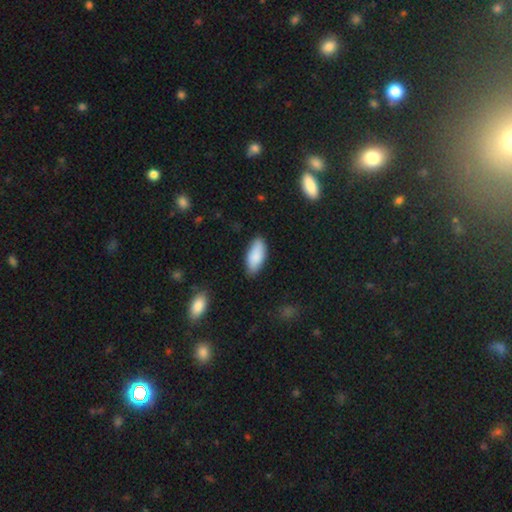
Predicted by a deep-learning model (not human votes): The model was most divided on "merging": none: 83%, minor disturbance: 13%, major disturbance: 2%, merger: 1%. More confident: smooth or featured — smooth (88%); how rounded — in between (87%).